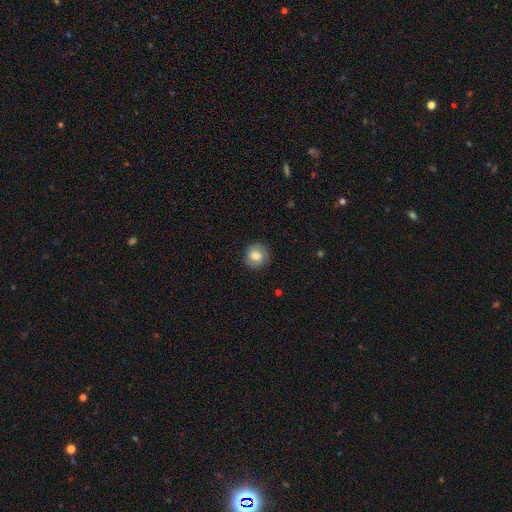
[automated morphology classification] This appears to be a smooth galaxy with no disk features (76%) that is round (91%). Merging: none (87%).